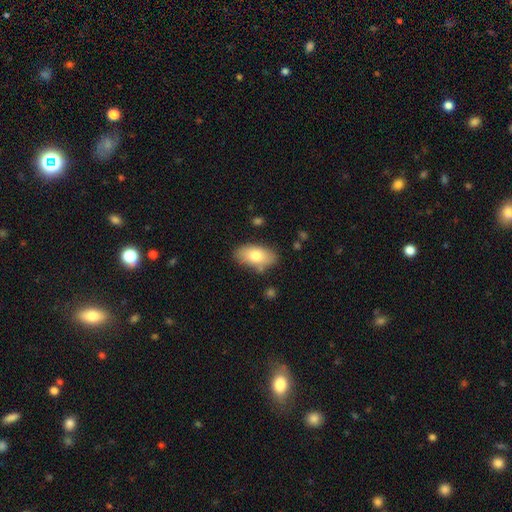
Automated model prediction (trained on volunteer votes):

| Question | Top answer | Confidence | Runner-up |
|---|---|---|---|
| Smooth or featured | smooth | 76% | featured or disk (17%) |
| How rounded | in between | 93% | round (5%) |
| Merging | none | 77% | minor disturbance (16%) |